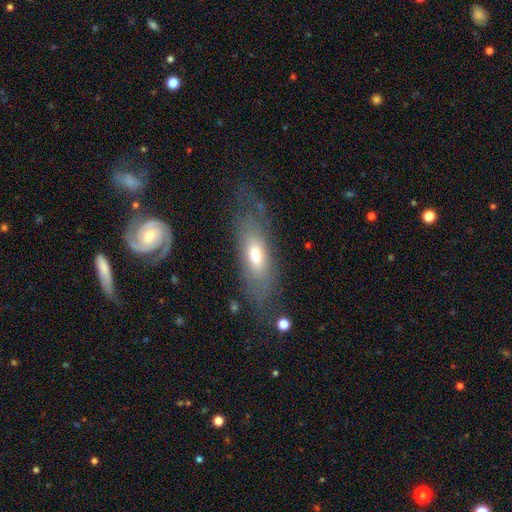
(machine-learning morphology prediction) Smooth or featured?
  - featured or disk: 54% *
  - smooth: 38%
  - star or artifact: 9%
Edge-on disk?
  - no: 69% *
  - yes: 31%
Merging?
  - none: 67% *
  - minor disturbance: 20%
  - major disturbance: 9%
  - merger: 3%